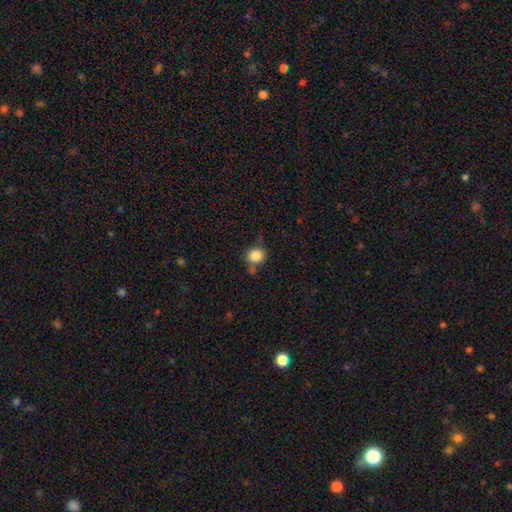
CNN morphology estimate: Smooth or featured?
  - smooth: 83% *
  - star or artifact: 10%
  - featured or disk: 7%
How rounded?
  - round: 83% *
  - in between: 16%
  - cigar-shaped: 1%
Merging?
  - none: 61% *
  - minor disturbance: 21%
  - merger: 10%
  - major disturbance: 7%